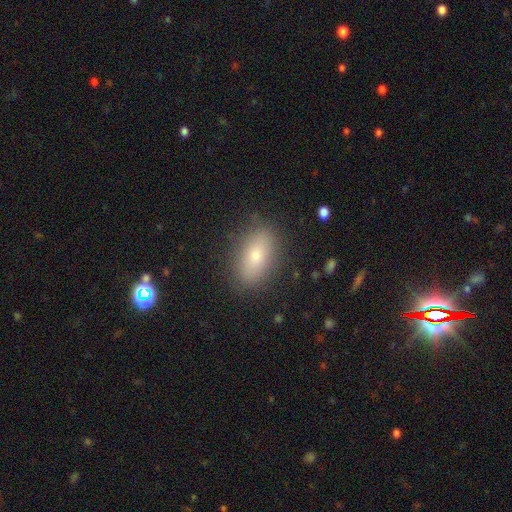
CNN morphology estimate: smooth_or_featured: smooth (p=0.77) [alt: featured or disk p=0.14]
how_rounded: in between (p=0.88) [alt: round p=0.08]
merging: none (p=0.85) [alt: minor disturbance p=0.10]